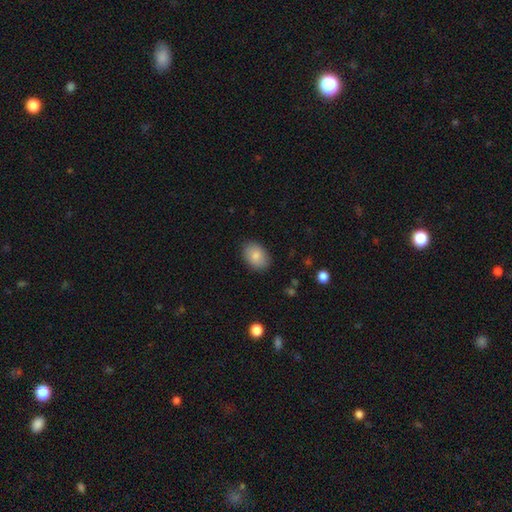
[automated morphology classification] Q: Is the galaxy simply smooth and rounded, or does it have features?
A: smooth — 84%.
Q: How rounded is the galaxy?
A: in between — 78%.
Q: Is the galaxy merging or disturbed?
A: none — 86%.